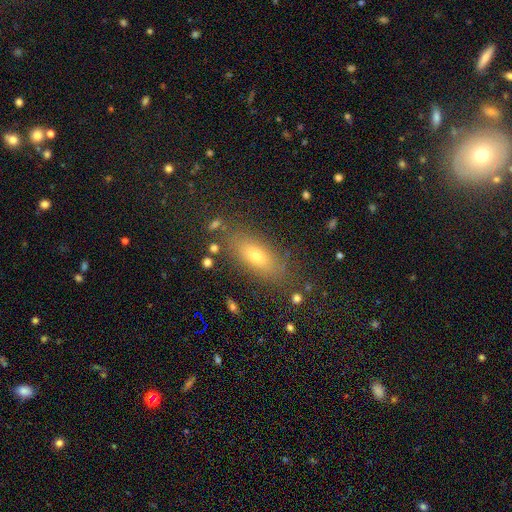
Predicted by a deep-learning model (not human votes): smooth-or-featured: smooth: 70% | featured or disk: 17% | star or artifact: 13%
  how-rounded: in between: 73% | cigar-shaped: 22% | round: 4%
  merging: none: 82% | minor disturbance: 11% | major disturbance: 4% | merger: 3%